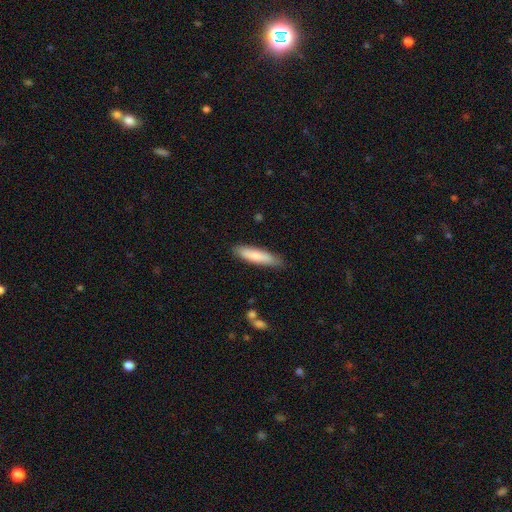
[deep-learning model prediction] A smooth galaxy with no disk features (77%) that is cigar-shaped (76%).

Vote fractions:
- Smooth or featured? smooth: 77% / featured or disk: 17% / star or artifact: 5%
- How rounded? cigar-shaped: 76% / in between: 22% / round: 1%
- Merging? none: 84% / minor disturbance: 12% / major disturbance: 2% / merger: 1%